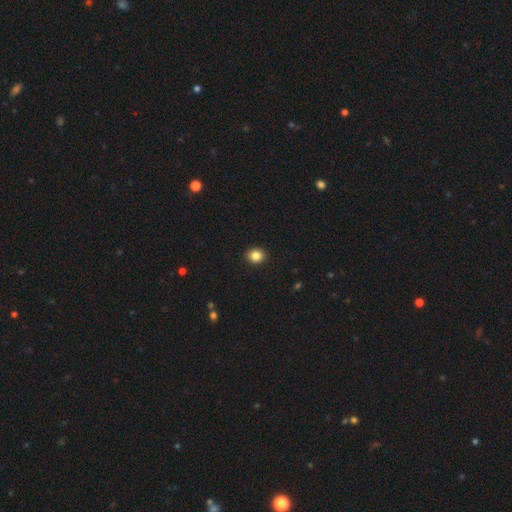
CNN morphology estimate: Overall: smooth (84%). How rounded: round (75%). Merging: none (92%).